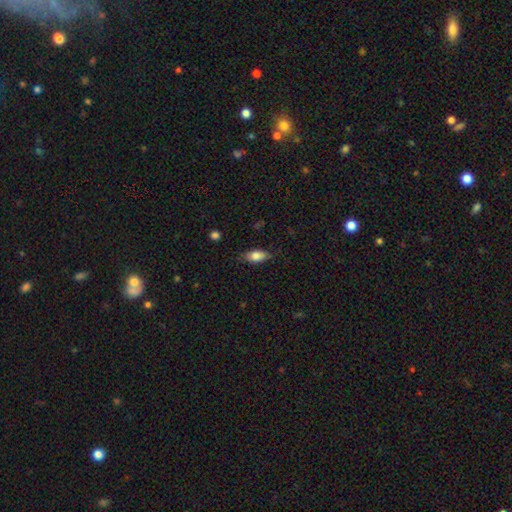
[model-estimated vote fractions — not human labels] Smooth or featured?
  - smooth: 80% *
  - featured or disk: 13%
  - star or artifact: 7%
How rounded?
  - in between: 85% *
  - cigar-shaped: 11%
  - round: 4%
Merging?
  - none: 79% *
  - minor disturbance: 17%
  - major disturbance: 3%
  - merger: 1%